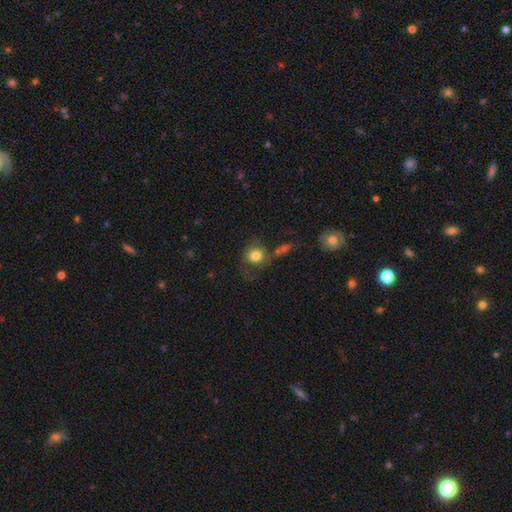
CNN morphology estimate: This is likely a smooth galaxy (78%). How rounded: likely round (75%). Merging: possibly none (52%).